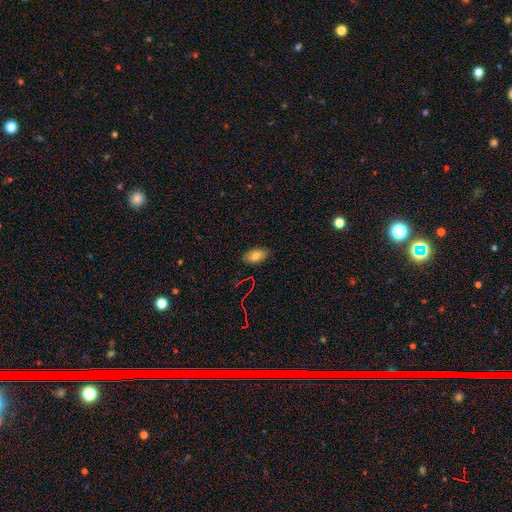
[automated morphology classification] Smooth or featured? Predicted: smooth (p=0.78). How rounded? Predicted: in between (p=0.92). Merging? Predicted: none (p=0.84).